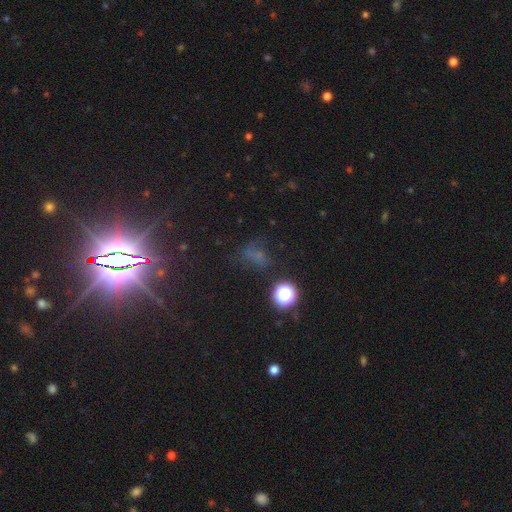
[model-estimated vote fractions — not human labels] This appears to be a star or artifact, not a galaxy (46%).